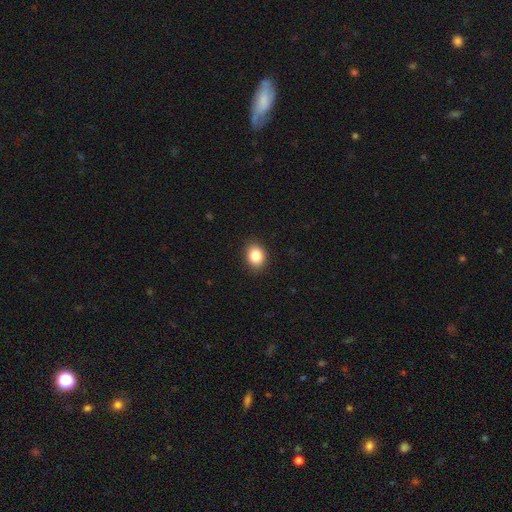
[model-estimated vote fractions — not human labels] smooth 86%, star or artifact 9%, featured or disk 5%. Down the decision tree: how rounded — in between (54%); merging — none (89%).